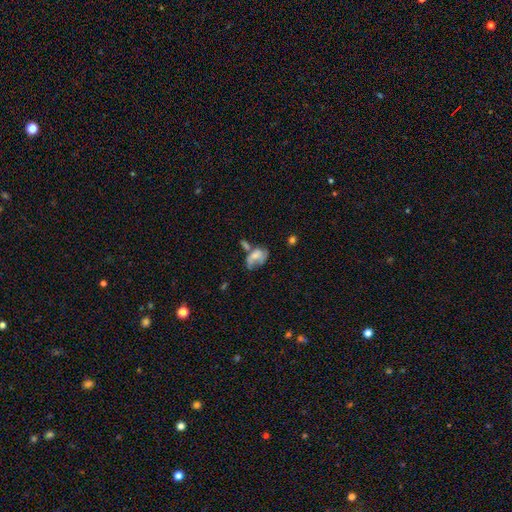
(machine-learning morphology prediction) smooth 51%, featured or disk 39%, star or artifact 10%. Down the decision tree: how rounded — in between (85%); merging — merger (30%).